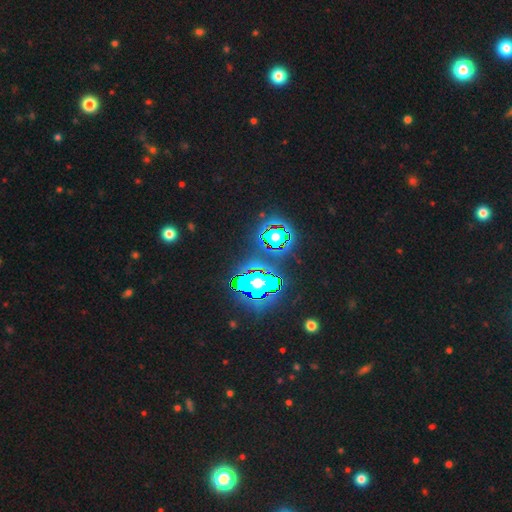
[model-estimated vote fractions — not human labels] A star or artifact, not a galaxy (83%).

Vote fractions:
- Smooth or featured? star or artifact: 83% / smooth: 10% / featured or disk: 7%